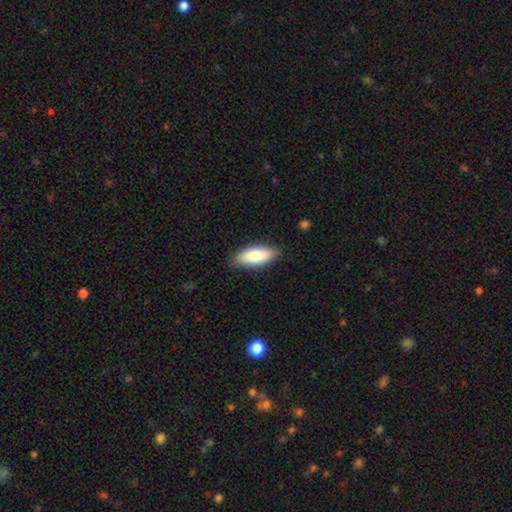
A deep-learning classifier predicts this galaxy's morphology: Smooth or featured?
  - smooth: 79% *
  - featured or disk: 15%
  - star or artifact: 6%
How rounded?
  - in between: 76% *
  - cigar-shaped: 22%
  - round: 2%
Merging?
  - none: 86% *
  - minor disturbance: 11%
  - major disturbance: 2%
  - merger: 1%